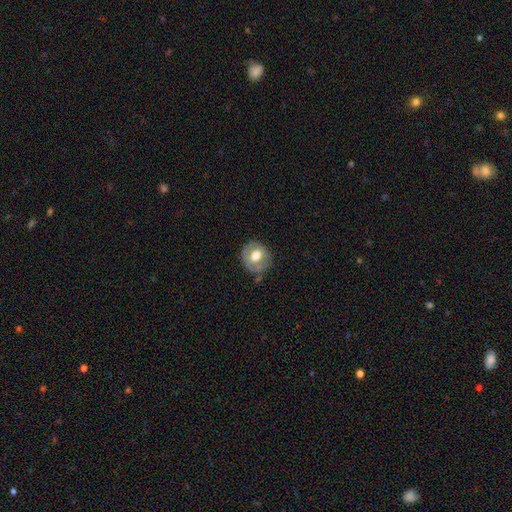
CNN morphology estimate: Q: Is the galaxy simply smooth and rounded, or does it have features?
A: smooth — 52%.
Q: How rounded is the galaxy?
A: round — 77%.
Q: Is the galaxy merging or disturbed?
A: none — 68%.